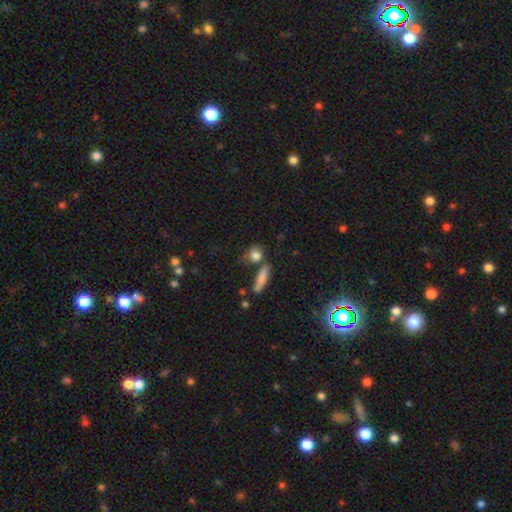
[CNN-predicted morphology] Smooth or featured: smooth — 79% (featured or disk — 11%)
How rounded: round — 53% (in between — 36%)
Merging: none — 56% (merger — 18%)